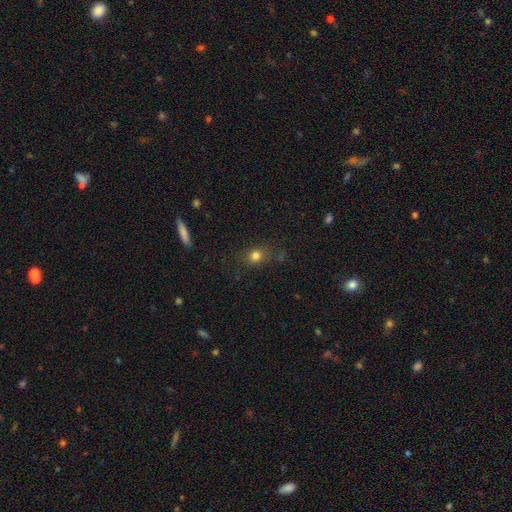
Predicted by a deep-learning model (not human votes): Overall: smooth (78%). How rounded: round (65%; in between 33%). Merging: none (78%).